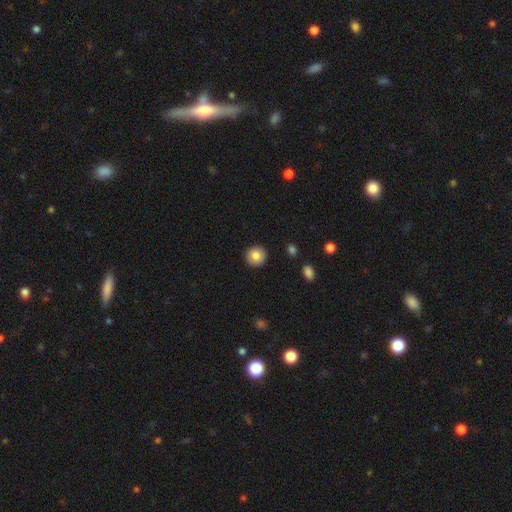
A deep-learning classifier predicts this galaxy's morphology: Smooth or featured?
  - smooth: 84% *
  - featured or disk: 8%
  - star or artifact: 8%
How rounded?
  - round: 92% *
  - in between: 7%
  - cigar-shaped: 1%
Merging?
  - none: 92% *
  - minor disturbance: 5%
  - major disturbance: 2%
  - merger: 1%